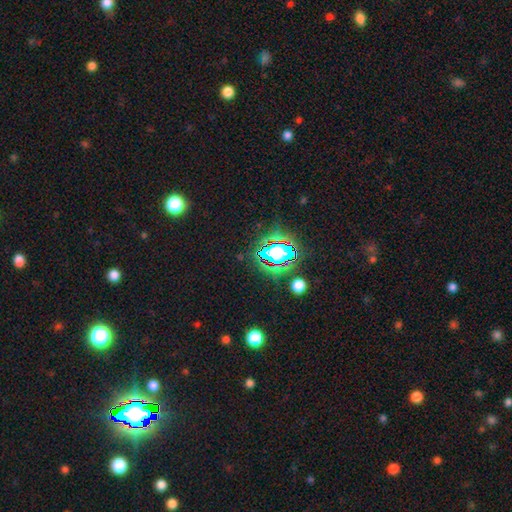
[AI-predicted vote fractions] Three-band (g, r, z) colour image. It shows a star or artifact, not a galaxy (79%).